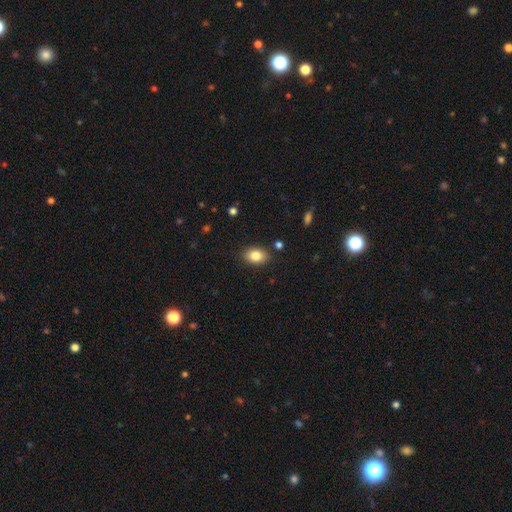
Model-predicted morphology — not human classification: smooth_or_featured: smooth (p=0.84) [alt: star or artifact p=0.08]
how_rounded: in between (p=0.82) [alt: round p=0.16]
merging: none (p=0.86) [alt: minor disturbance p=0.10]